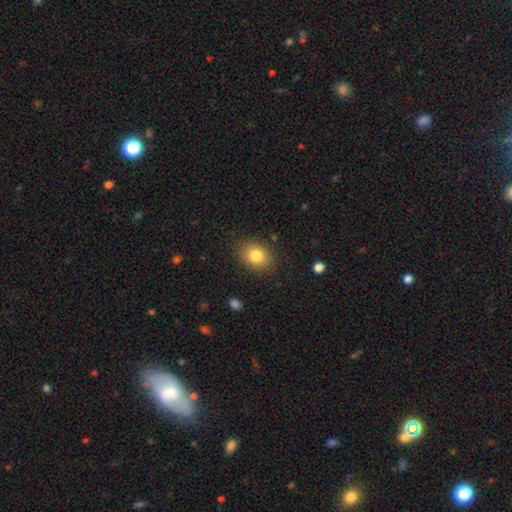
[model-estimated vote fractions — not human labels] Q: Smooth or featured?
A: smooth (82%); runner-up: star or artifact (10%)
Q: How rounded?
A: round (51%); runner-up: in between (48%)
Q: Merging?
A: none (86%); runner-up: minor disturbance (10%)